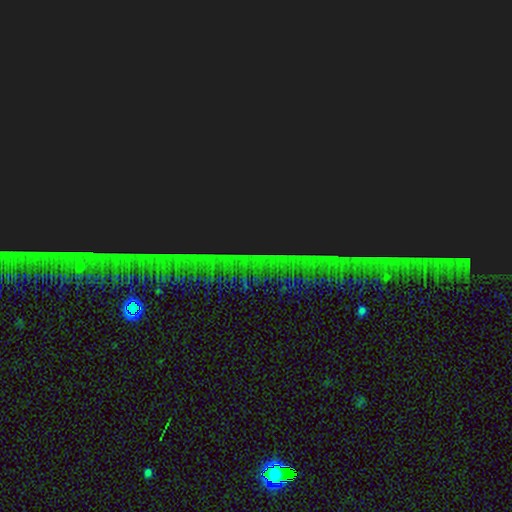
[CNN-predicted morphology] Smooth or featured? Predicted: star or artifact (p=0.86).